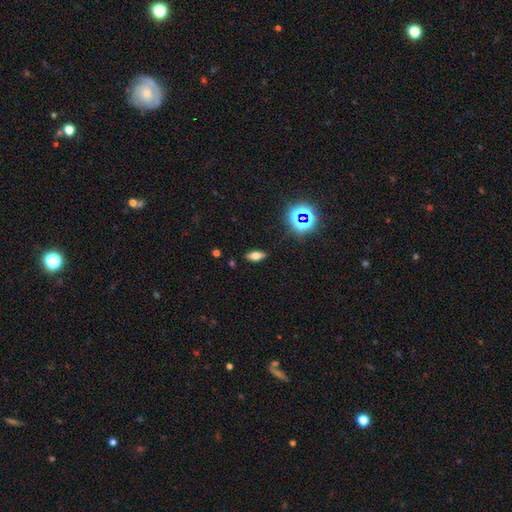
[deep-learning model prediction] This is possibly a smooth galaxy (59%). How rounded: likely in between (78%). Merging: clearly none (88%).